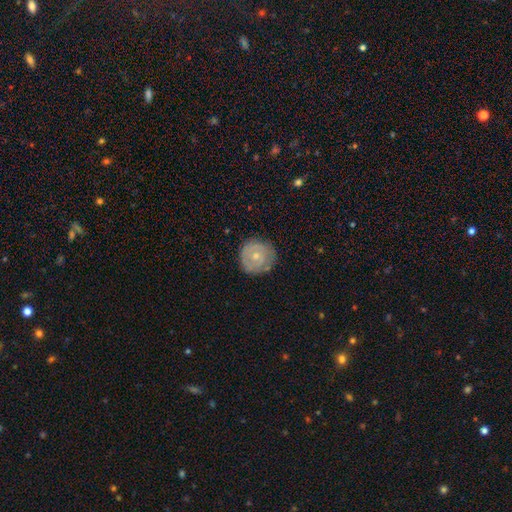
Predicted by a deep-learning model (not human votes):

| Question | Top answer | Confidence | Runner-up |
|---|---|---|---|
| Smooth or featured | featured or disk | 48% | smooth (45%) |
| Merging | none | 80% | minor disturbance (15%) |